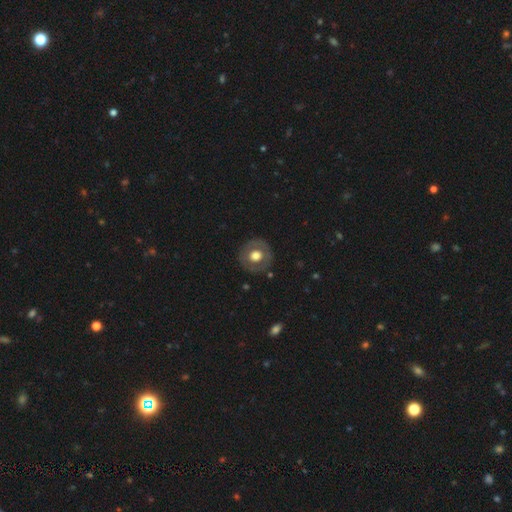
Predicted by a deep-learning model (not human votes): Smooth or featured? smooth (53%)
How rounded? round (90%)
Merging? none (86%)